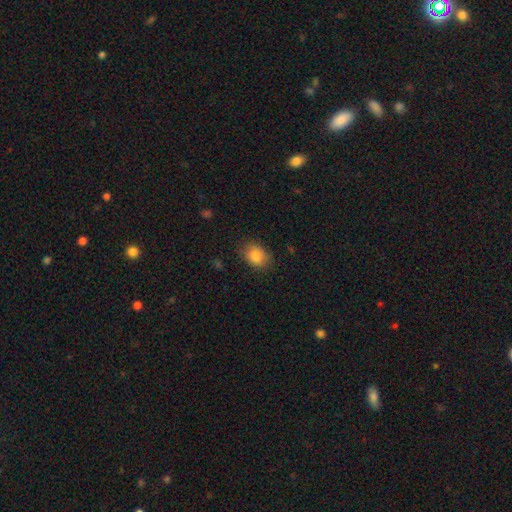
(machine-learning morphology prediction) Smooth or featured? Predicted: smooth (p=0.85). How rounded? Predicted: in between (p=0.63). Merging? Predicted: none (p=0.82).